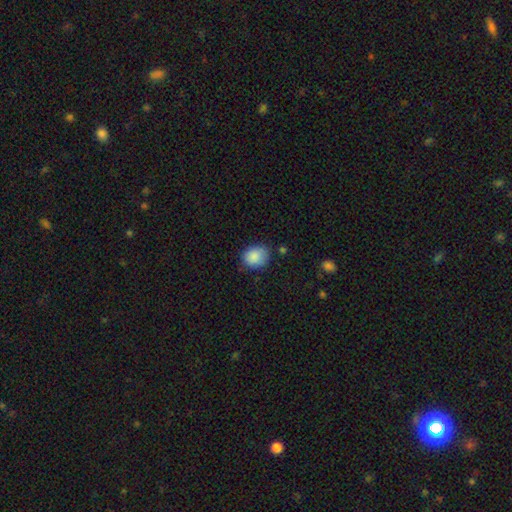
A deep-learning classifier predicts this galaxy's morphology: smooth-or-featured: smooth: 88% | star or artifact: 8% | featured or disk: 5%
  how-rounded: round: 54% | in between: 45% | cigar-shaped: 1%
  merging: none: 72% | minor disturbance: 21% | major disturbance: 4% | merger: 3%